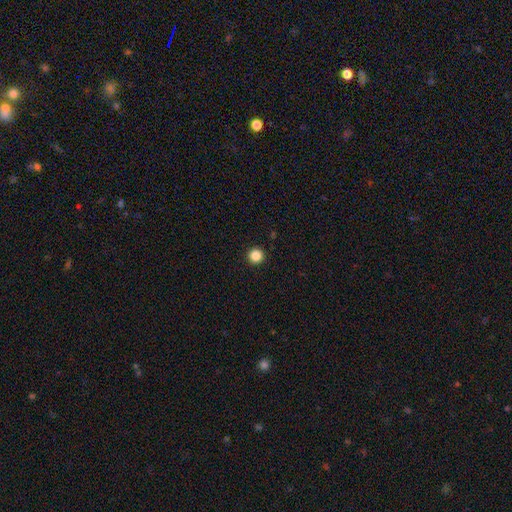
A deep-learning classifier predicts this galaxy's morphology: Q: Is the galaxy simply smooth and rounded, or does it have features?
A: smooth — 86%.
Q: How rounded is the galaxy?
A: round — 96%.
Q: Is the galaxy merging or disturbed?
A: none — 94%.